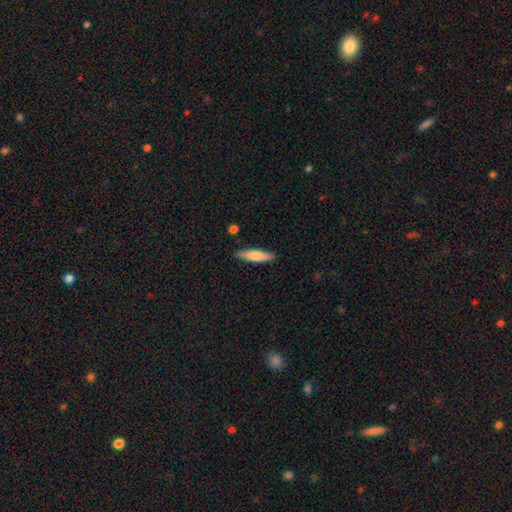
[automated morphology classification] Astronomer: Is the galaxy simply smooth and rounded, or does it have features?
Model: smooth — 77%.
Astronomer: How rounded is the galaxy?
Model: cigar-shaped — 73%.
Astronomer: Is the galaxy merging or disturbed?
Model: none — 87%.